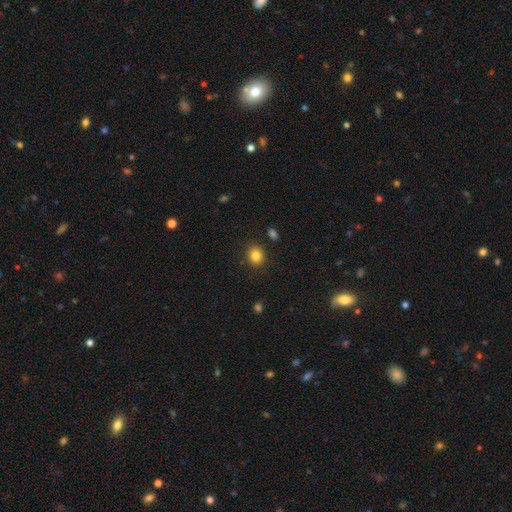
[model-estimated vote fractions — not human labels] Q: Smooth or featured?
A: smooth (84%); runner-up: star or artifact (10%)
Q: How rounded?
A: round (77%); runner-up: in between (22%)
Q: Merging?
A: none (88%); runner-up: minor disturbance (7%)